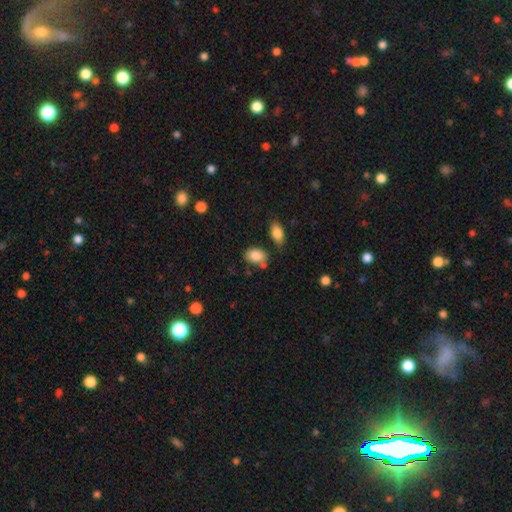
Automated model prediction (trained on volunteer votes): Q: Smooth or featured?
A: smooth (86%); runner-up: star or artifact (8%)
Q: How rounded?
A: in between (79%); runner-up: round (19%)
Q: Merging?
A: none (62%); runner-up: minor disturbance (20%)